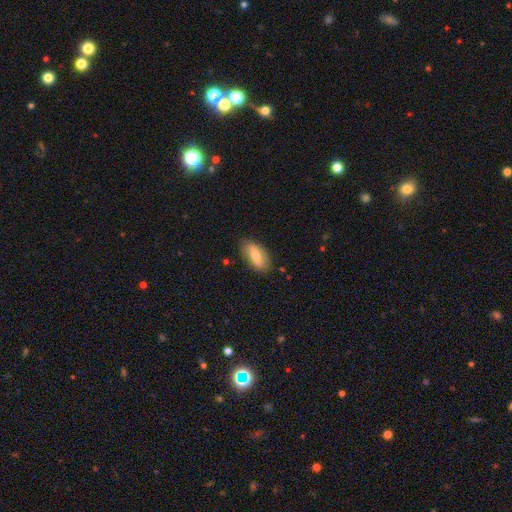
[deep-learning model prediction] Morphology: type=smooth (69%); roundness=in between (90%); merging=none (80%).